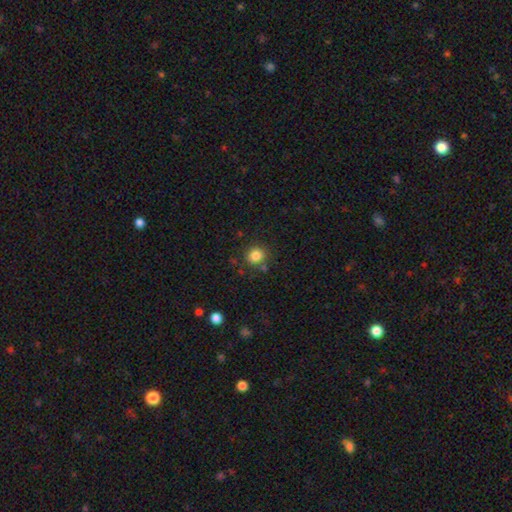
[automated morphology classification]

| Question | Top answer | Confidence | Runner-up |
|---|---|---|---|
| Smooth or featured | smooth | 83% | star or artifact (11%) |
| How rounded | round | 86% | in between (13%) |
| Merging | none | 81% | minor disturbance (10%) |